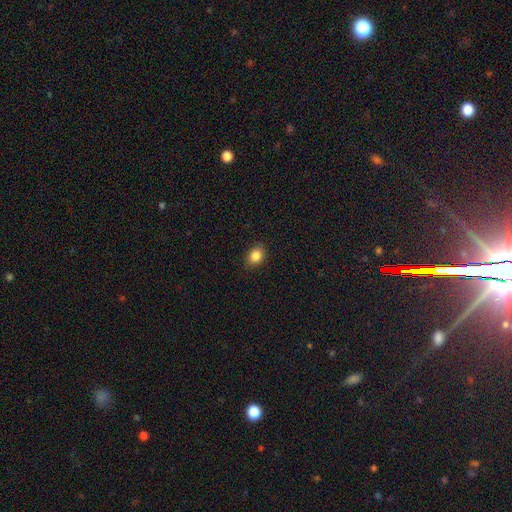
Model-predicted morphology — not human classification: Smooth or featured: smooth — 86% (star or artifact — 9%)
How rounded: in between — 61% (round — 37%)
Merging: none — 87% (minor disturbance — 10%)